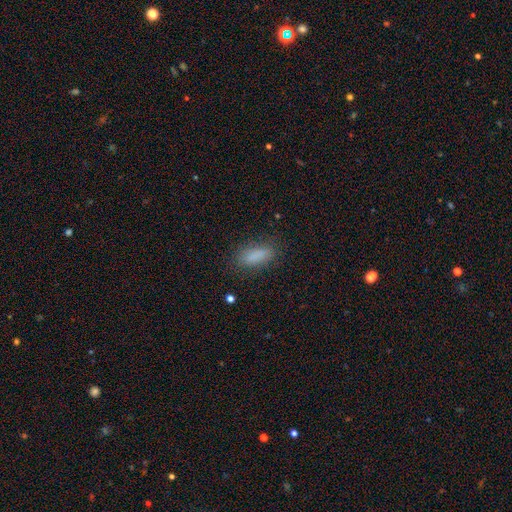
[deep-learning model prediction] smooth-or-featured: smooth: 84% | star or artifact: 9% | featured or disk: 7%
  how-rounded: in between: 66% | cigar-shaped: 31% | round: 3%
  merging: none: 82% | minor disturbance: 12% | major disturbance: 4% | merger: 1%